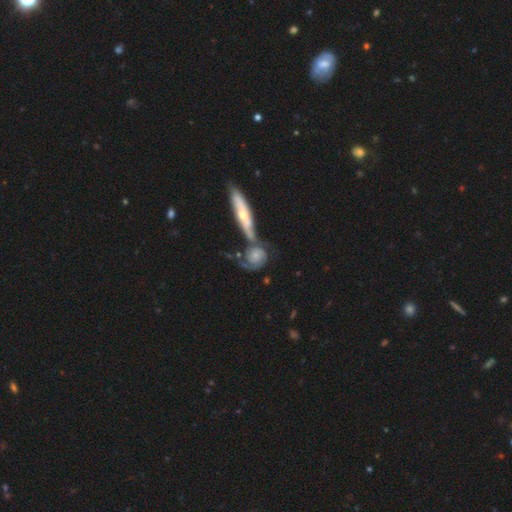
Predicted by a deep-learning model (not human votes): This appears to be a featured or disk galaxy (74%) with no bar (71%), 2 (66%) tight (49%) spiral arms (92%) and a small central bulge (47%). Merging: merger (46%).